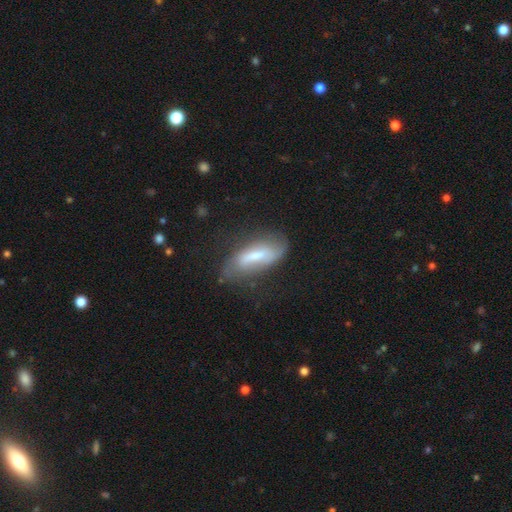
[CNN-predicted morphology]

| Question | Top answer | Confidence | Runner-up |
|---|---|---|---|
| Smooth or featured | featured or disk | 49% | smooth (42%) |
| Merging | none | 53% | minor disturbance (29%) |